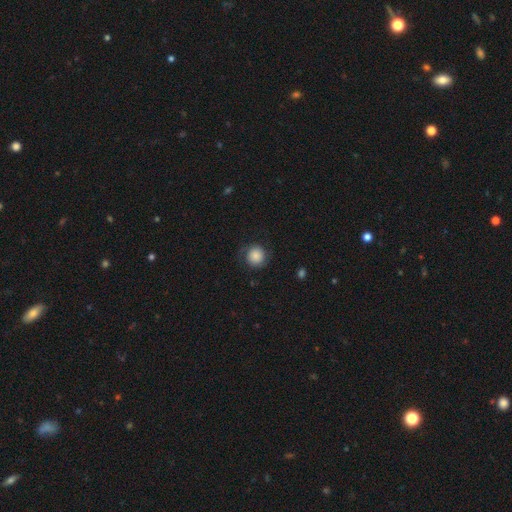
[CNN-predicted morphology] Overall: smooth (79%). How rounded: round (90%). Merging: none (75%).